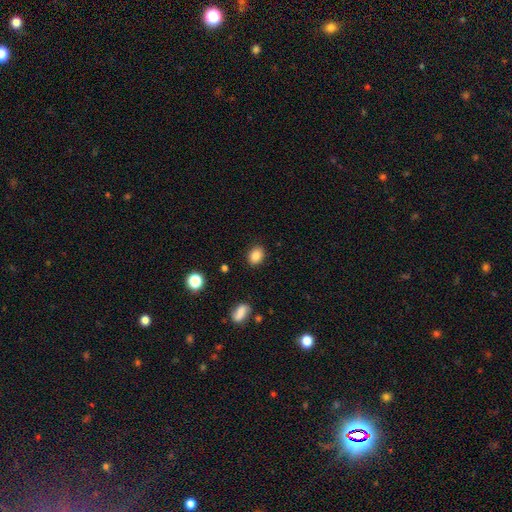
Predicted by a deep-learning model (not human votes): smooth 86%, star or artifact 9%, featured or disk 4%. Down the decision tree: how rounded — in between (59%); merging — none (88%).